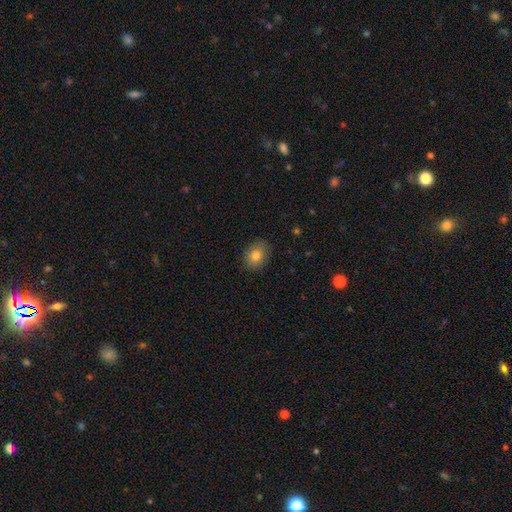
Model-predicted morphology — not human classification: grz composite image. It shows a smooth galaxy with no disk features (81%) that is in between round and cigar-shaped (58%). Merging: none (83%).